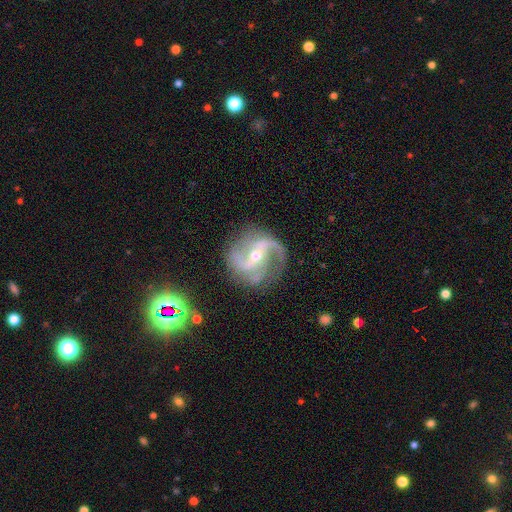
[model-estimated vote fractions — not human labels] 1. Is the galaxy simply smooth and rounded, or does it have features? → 89% featured or disk, 7% star or artifact, 4% smooth.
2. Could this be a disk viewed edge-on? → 97% no, 3% yes.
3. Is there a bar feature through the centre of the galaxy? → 50% strong, 31% weak, 19% no.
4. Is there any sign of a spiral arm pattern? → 97% yes, 3% no.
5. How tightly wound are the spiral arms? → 43% medium (tied), 43% loose (tied), 14% tight.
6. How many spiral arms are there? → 75% 2, 11% 3, 6% can't tell, 4% 1, 3% 4, 2% more than 4.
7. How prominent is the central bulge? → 58% small, 39% moderate, 1% large, 1% none, 1% dominant.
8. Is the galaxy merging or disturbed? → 71% none, 17% minor disturbance, 10% major disturbance, 2% merger.